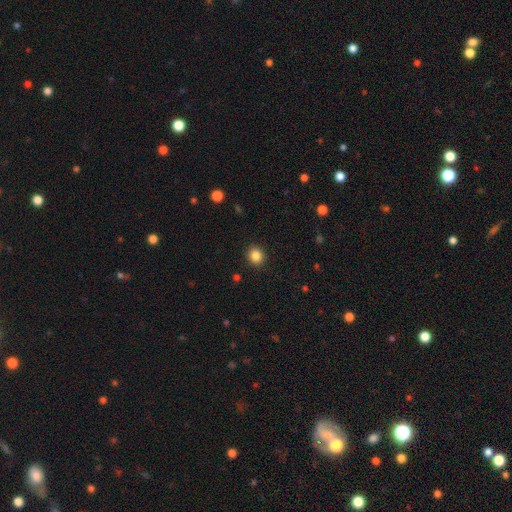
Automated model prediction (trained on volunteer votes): smooth 86%, star or artifact 10%, featured or disk 4%. Down the decision tree: how rounded — round (80%); merging — none (90%).